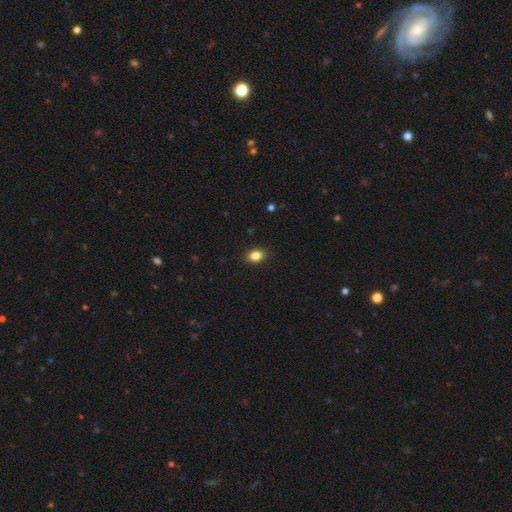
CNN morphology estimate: Overall: smooth (85%). How rounded: in between (75%). Merging: none (89%).